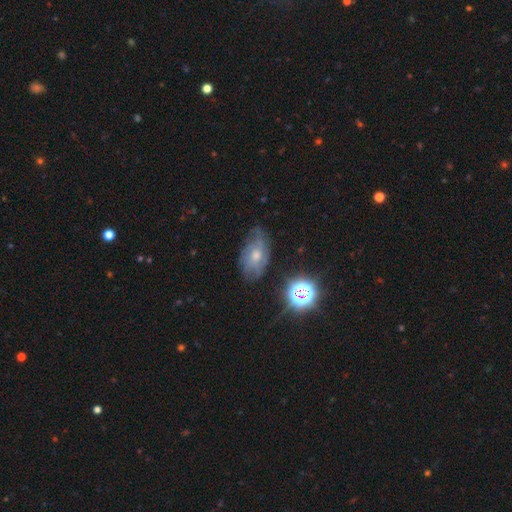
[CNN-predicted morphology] Smooth or featured?
  - featured or disk: 51% *
  - smooth: 34%
  - star or artifact: 15%
Edge-on disk?
  - no: 93% *
  - yes: 7%
Merging?
  - none: 54% *
  - minor disturbance: 30%
  - major disturbance: 14%
  - merger: 2%